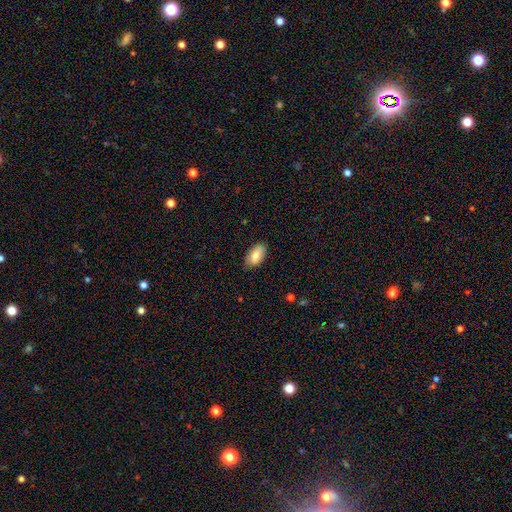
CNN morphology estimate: The model was most divided on "smooth or featured": smooth: 79%, featured or disk: 14%, star or artifact: 7%. More confident: how rounded — in between (94%); merging — none (81%).